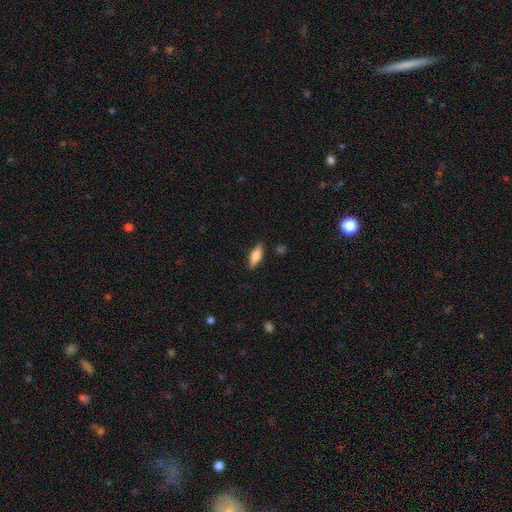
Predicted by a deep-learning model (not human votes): The model was most divided on "how rounded": in between: 67%, cigar-shaped: 31%, round: 3%. More confident: merging — none (84%); smooth or featured — smooth (71%).